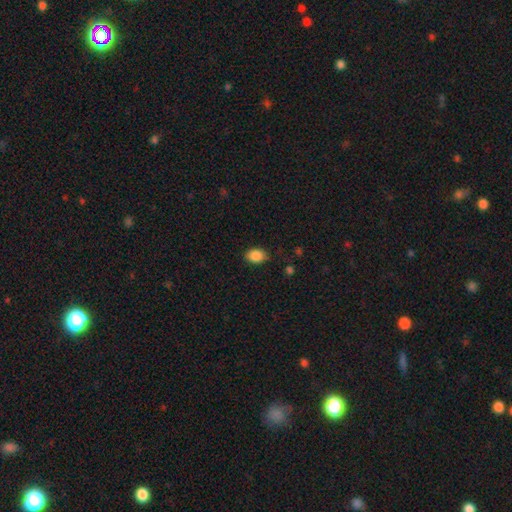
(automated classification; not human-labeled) Smooth or featured: smooth — 88% (star or artifact — 8%)
How rounded: in between — 73% (round — 25%)
Merging: none — 79% (minor disturbance — 17%)